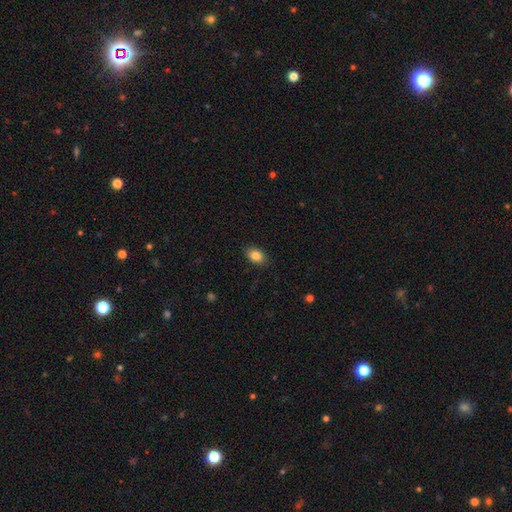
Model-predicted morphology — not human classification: This is clearly a smooth galaxy (85%). How rounded: clearly in between (85%). Merging: clearly none (88%).